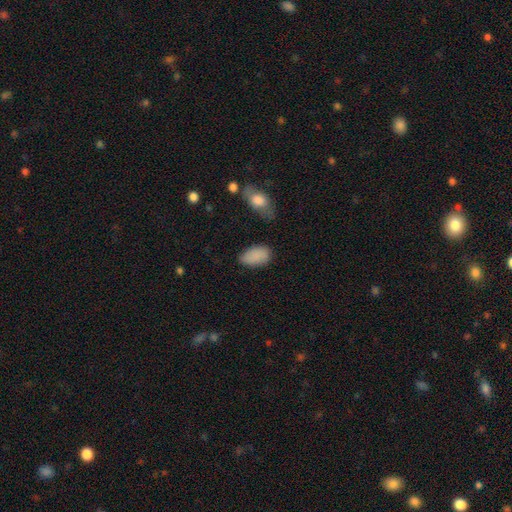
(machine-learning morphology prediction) The model was most divided on "merging": none: 73%, minor disturbance: 19%, major disturbance: 5%, merger: 3%. More confident: how rounded — in between (93%); smooth or featured — smooth (86%).